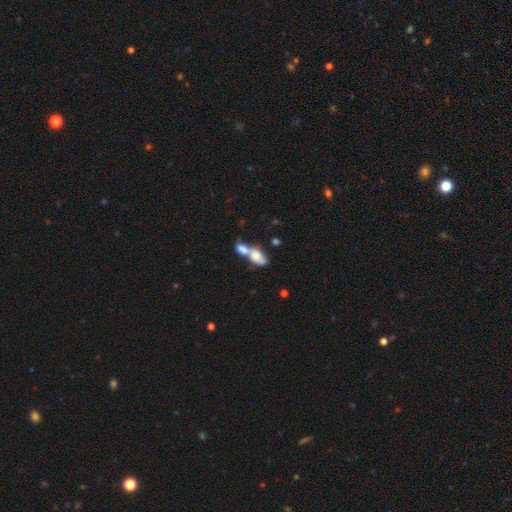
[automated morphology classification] This is likely a smooth galaxy (62%). How rounded: likely in between (80%). Merging: likely merger (73%).